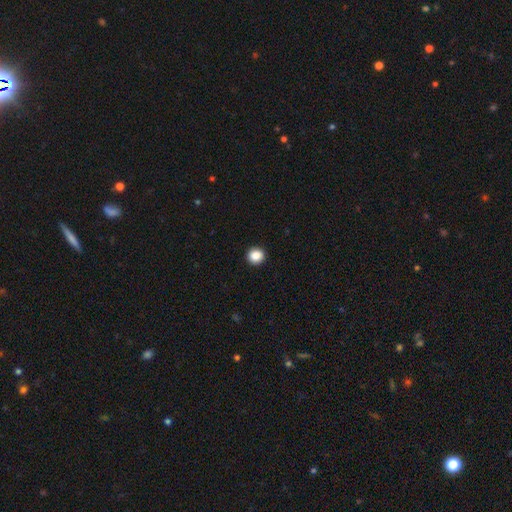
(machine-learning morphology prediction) The model was most divided on "smooth or featured": smooth: 88%, star or artifact: 10%, featured or disk: 3%. More confident: merging — none (93%); how rounded — round (90%).